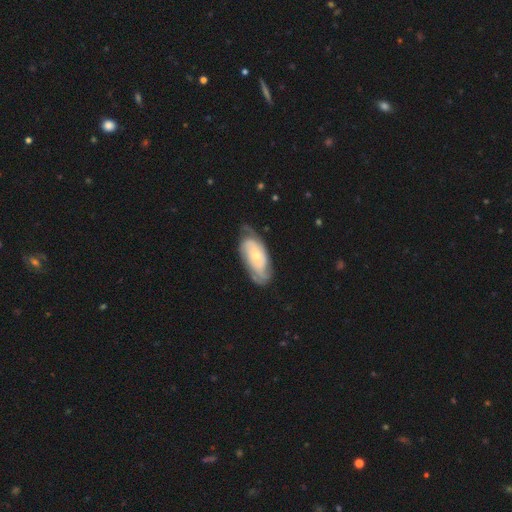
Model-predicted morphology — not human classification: A featured or disk galaxy (76%) with no bar (78%), tight (64%) spiral arms (90%) and a small central bulge (59%).

Vote fractions:
- Smooth or featured? featured or disk: 76% / smooth: 20% / star or artifact: 5%
- Edge-on disk? no: 93% / yes: 7%
- Bar? no: 78% / weak: 17% / strong: 4%
- Spiral arms? yes: 90% / no: 10%
- Spiral winding? tight: 64% / medium: 27% / loose: 9%
- Spiral arm count? can't tell: 37% / 2: 36% / 3: 14% / 4: 6% / 1: 4% / more than 4: 3%
- Bulge size? small: 59% / moderate: 37% / large: 2% / none: 1% / dominant: 1%
- Merging? none: 66% / minor disturbance: 24% / major disturbance: 9% / merger: 2%